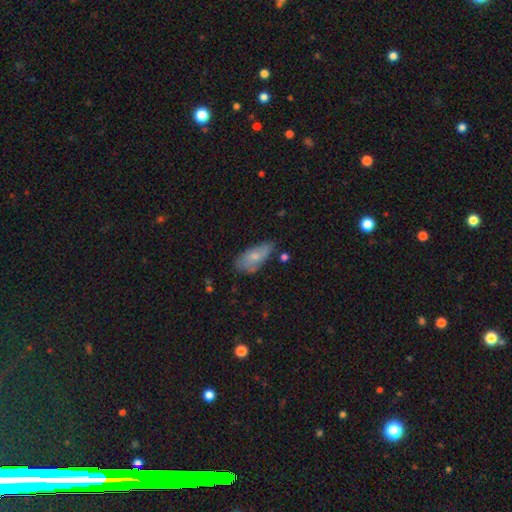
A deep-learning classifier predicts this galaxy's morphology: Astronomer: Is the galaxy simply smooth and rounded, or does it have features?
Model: smooth — 61%.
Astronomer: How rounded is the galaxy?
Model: in between — 82%.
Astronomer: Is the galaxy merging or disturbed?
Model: none — 56% (runner-up: minor disturbance, 32%).